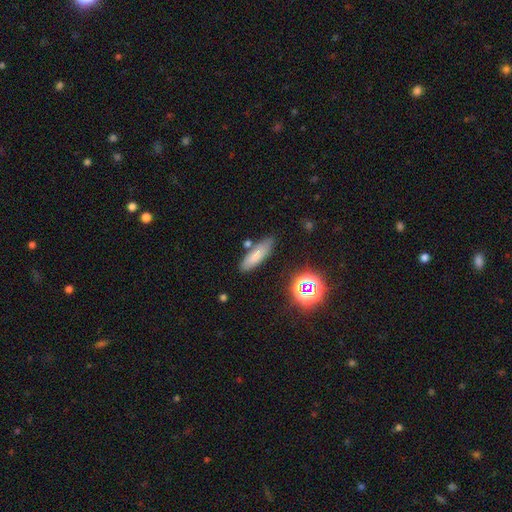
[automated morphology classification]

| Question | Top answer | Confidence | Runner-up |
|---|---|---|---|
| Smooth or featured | smooth | 74% | featured or disk (13%) |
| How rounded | cigar-shaped | 52% | in between (45%) |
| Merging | none | 75% | minor disturbance (13%) |